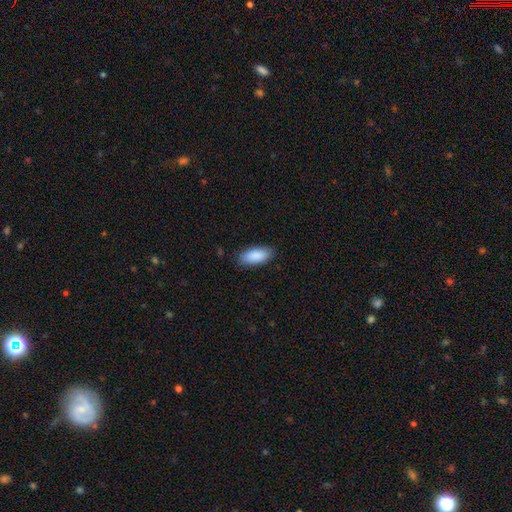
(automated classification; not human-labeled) This appears to be a smooth galaxy with no disk features (90%) that is in between round and cigar-shaped (85%). Merging: none (86%).